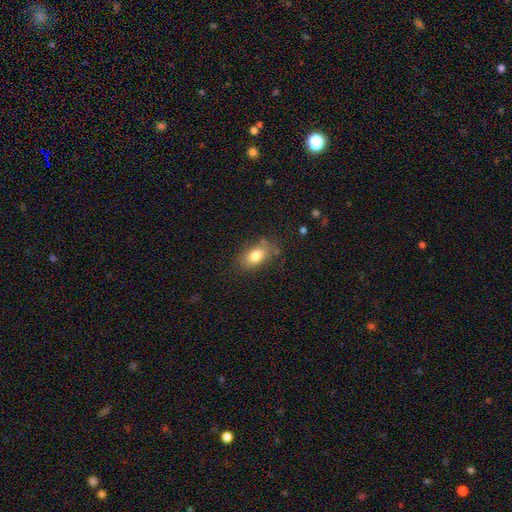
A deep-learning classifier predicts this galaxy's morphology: Q: Smooth or featured?
A: smooth (79%); runner-up: featured or disk (12%)
Q: How rounded?
A: in between (87%); runner-up: round (10%)
Q: Merging?
A: none (72%); runner-up: minor disturbance (20%)